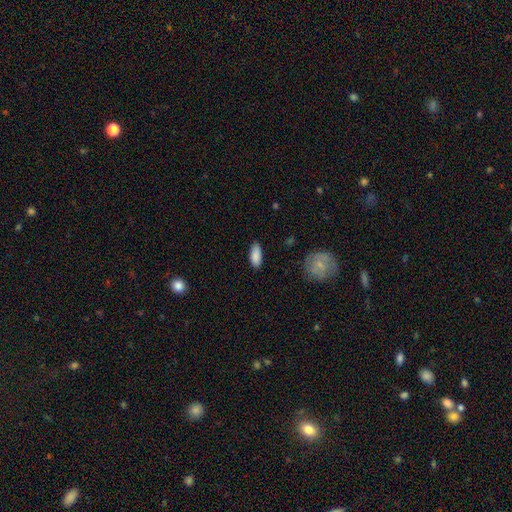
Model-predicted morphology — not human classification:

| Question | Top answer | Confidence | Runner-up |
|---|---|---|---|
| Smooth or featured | smooth | 88% | star or artifact (6%) |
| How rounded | in between | 83% | cigar-shaped (15%) |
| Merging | none | 85% | minor disturbance (12%) |